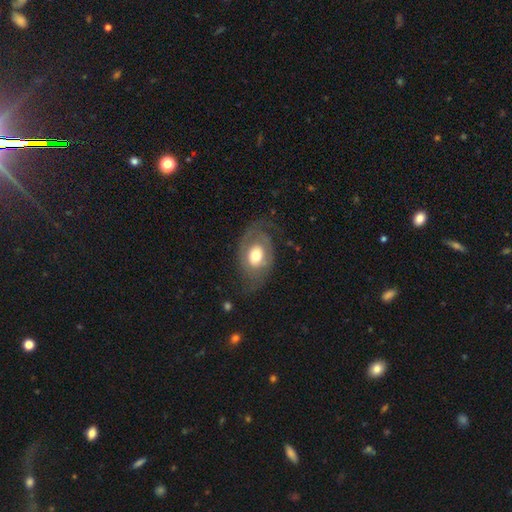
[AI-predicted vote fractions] This appears to be a featured or disk galaxy (54%) with no bar (76%), spiral arms (57%) and a moderate central bulge (62%). Merging: none (58%).